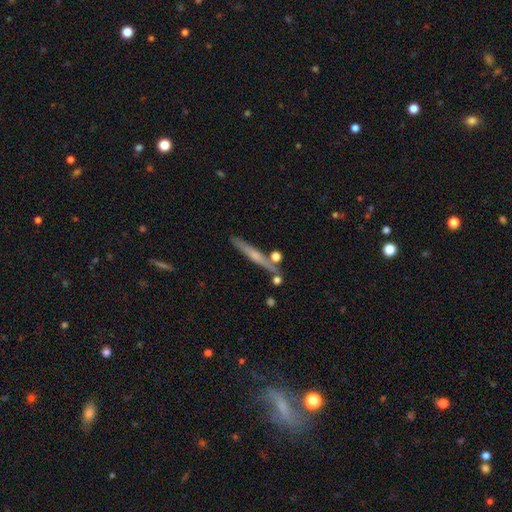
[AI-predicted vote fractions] The model was most divided on "edge-on bulge": rounded: 54%, none: 37%, boxy: 9%. More confident: edge-on disk — yes (95%); merging — none (80%); smooth or featured — featured or disk (57%).